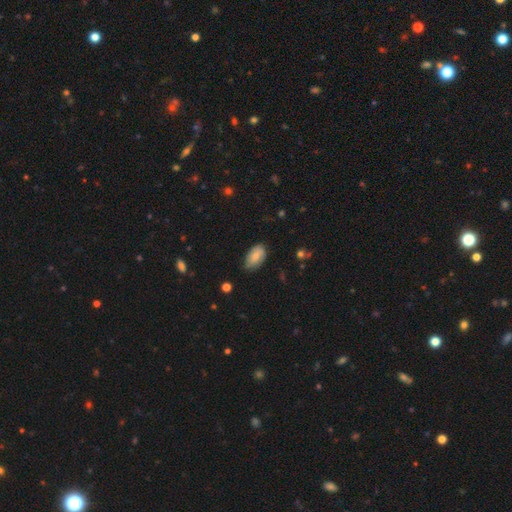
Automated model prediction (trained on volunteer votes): Q: Smooth or featured?
A: smooth (73%); runner-up: featured or disk (19%)
Q: How rounded?
A: in between (94%); runner-up: round (4%)
Q: Merging?
A: none (68%); runner-up: minor disturbance (26%)